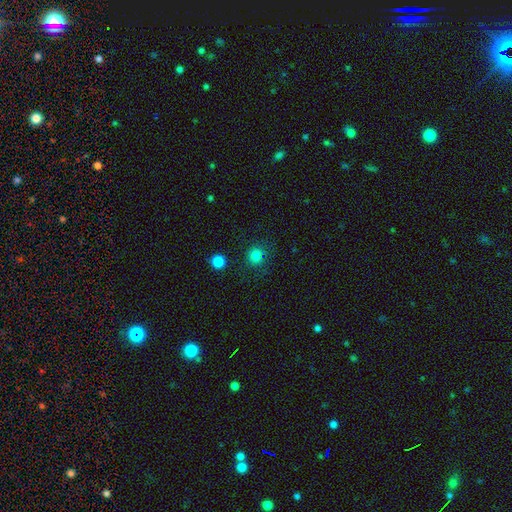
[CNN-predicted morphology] A smooth galaxy with no disk features (78%) that is round (91%). Merging: none (83%).